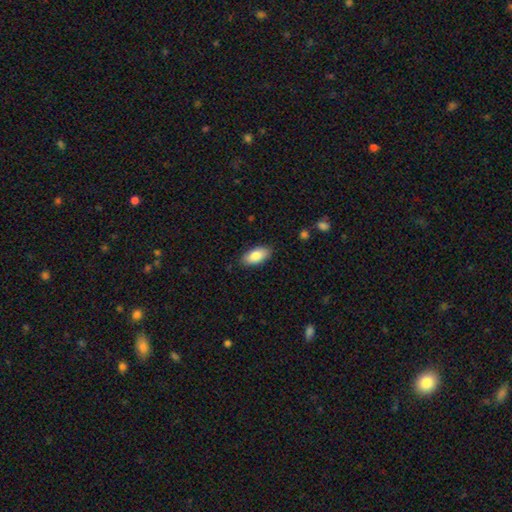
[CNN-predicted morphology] Smooth or featured? smooth (84%)
How rounded? in between (91%)
Merging? none (86%)